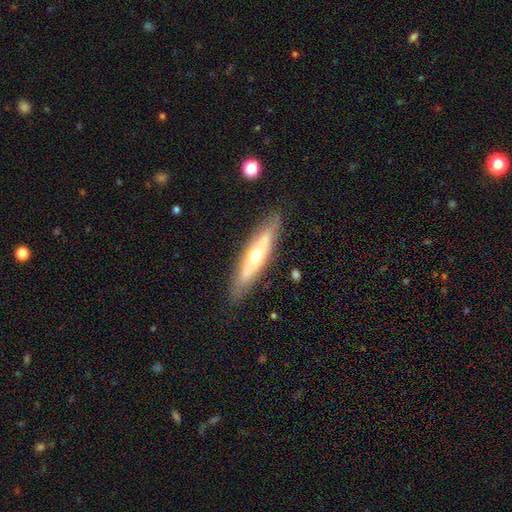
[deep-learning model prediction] Smooth or featured: featured or disk — 57% (smooth — 37%)
Edge-on disk: yes — 59% (no — 41%)
Merging: none — 83% (minor disturbance — 12%)